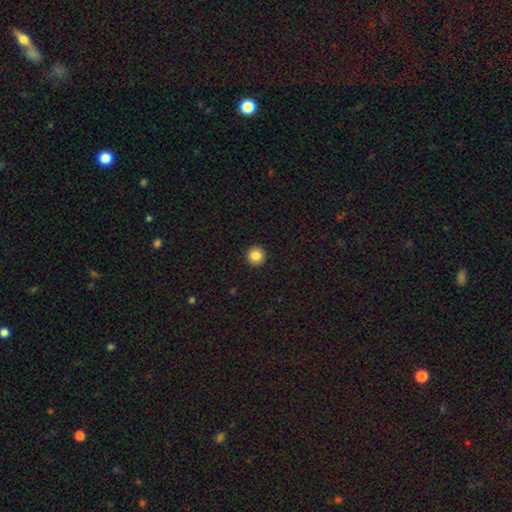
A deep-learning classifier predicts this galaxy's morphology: This is clearly a smooth galaxy (85%). How rounded: clearly round (96%). Merging: clearly none (94%).